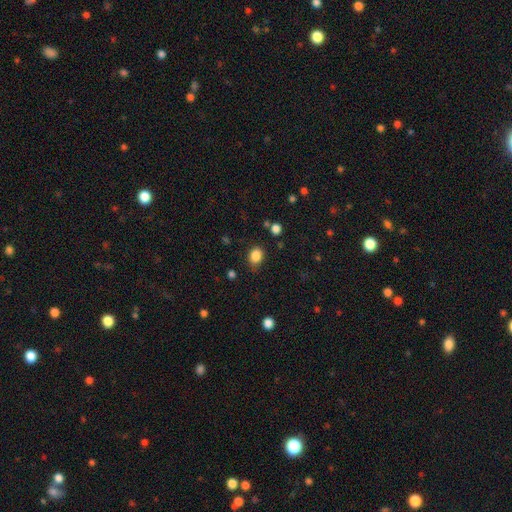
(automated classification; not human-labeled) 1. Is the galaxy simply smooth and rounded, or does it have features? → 85% smooth, 10% star or artifact, 4% featured or disk.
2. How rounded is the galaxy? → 54% in between, 45% round, 1% cigar-shaped.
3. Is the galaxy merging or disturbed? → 79% none, 15% minor disturbance, 4% major disturbance, 2% merger.